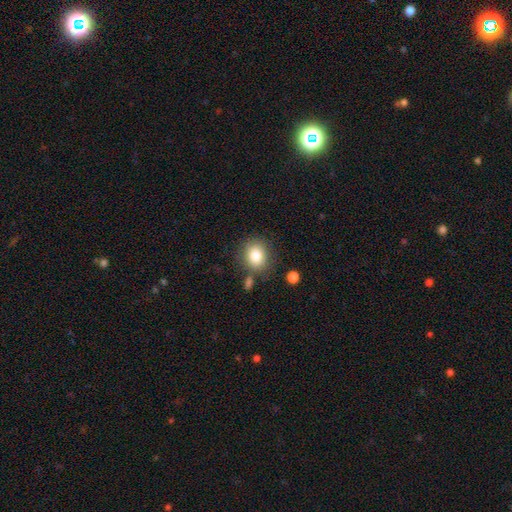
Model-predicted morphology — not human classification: Smooth or featured? Predicted: smooth (p=0.82). How rounded? Predicted: round (p=0.65). Merging? Predicted: none (p=0.76).